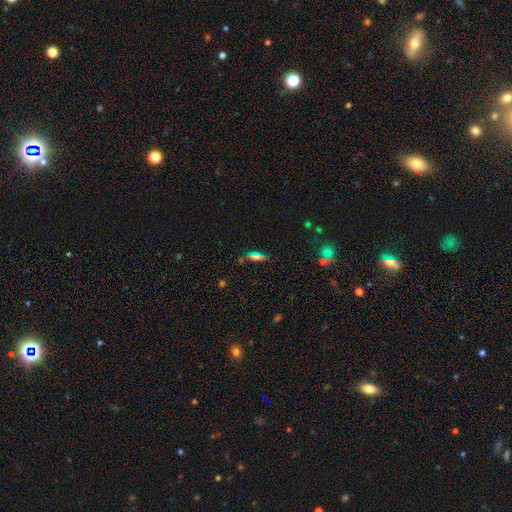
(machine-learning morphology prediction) Smooth or featured?
  - smooth: 50% *
  - featured or disk: 34%
  - star or artifact: 17%
Merging?
  - none: 76% *
  - minor disturbance: 14%
  - merger: 5%
  - major disturbance: 4%